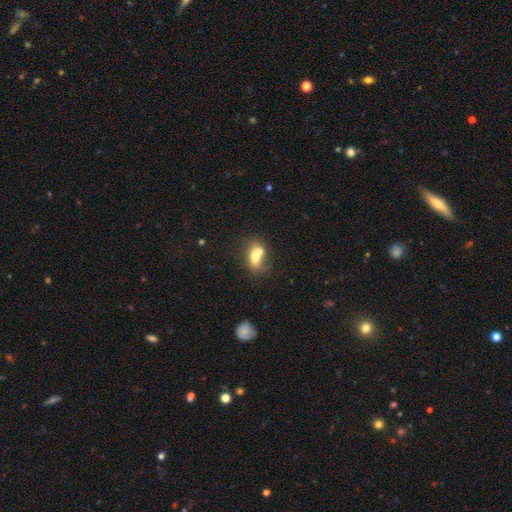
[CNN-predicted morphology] Smooth or featured: smooth — 70% (featured or disk — 21%)
How rounded: in between — 75% (round — 21%)
Merging: merger — 41% (none — 38%)